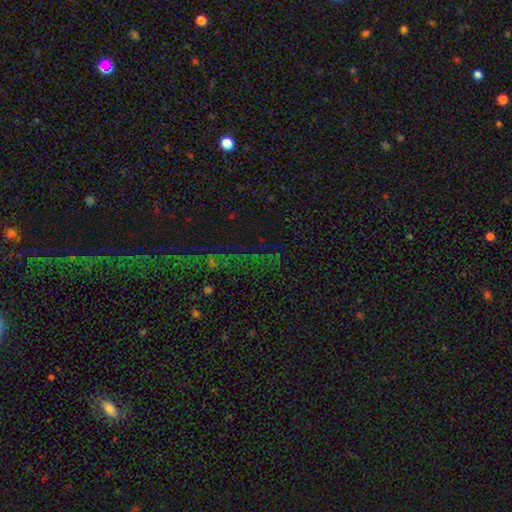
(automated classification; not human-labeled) Morphology: type=star or artifact (71%).